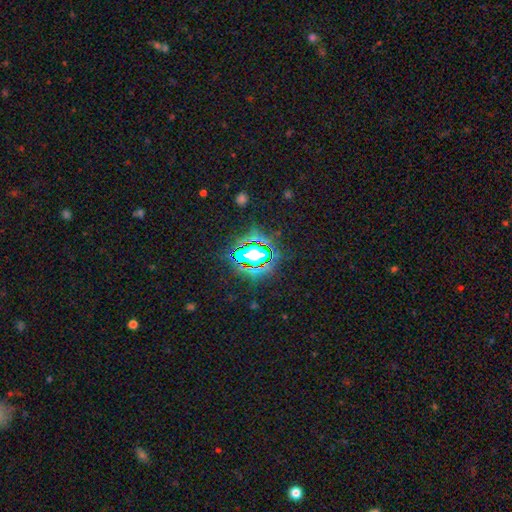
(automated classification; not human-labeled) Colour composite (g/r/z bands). It shows a star or artifact, not a galaxy (78%).